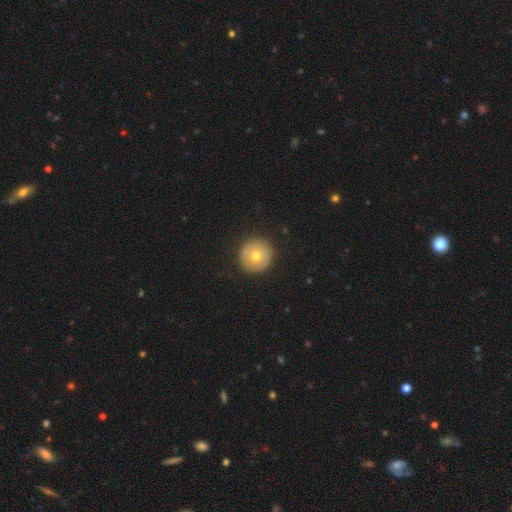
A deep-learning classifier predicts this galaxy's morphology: smooth_or_featured: smooth (p=0.63) [alt: featured or disk p=0.29]
how_rounded: round (p=0.95) [alt: in between p=0.04]
merging: none (p=0.90) [alt: minor disturbance p=0.07]